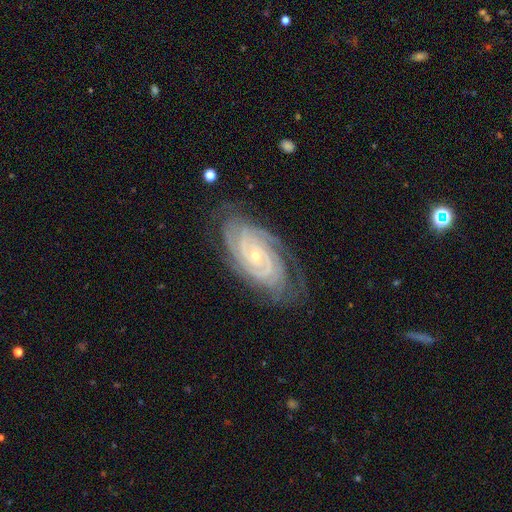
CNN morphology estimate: The model was most divided on "spiral arm count": 2: 24%, 3: 23%, 4: 22%, can't tell: 16%, more than 4: 9%, 1: 6%. More confident: spiral arms — yes (98%); edge-on disk — no (96%); smooth or featured — featured or disk (91%); spiral winding — tight (80%); bulge size — small (77%); merging — none (76%); bar — no (65%).